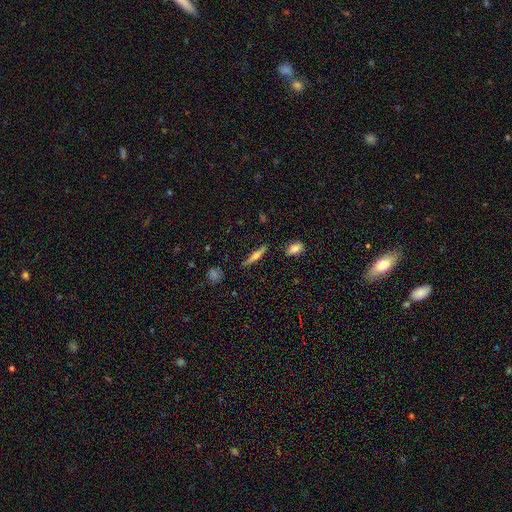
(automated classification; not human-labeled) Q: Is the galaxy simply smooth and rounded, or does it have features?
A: featured or disk — 52%.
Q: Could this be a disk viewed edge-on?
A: yes — 95%.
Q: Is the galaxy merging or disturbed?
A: none — 85%.